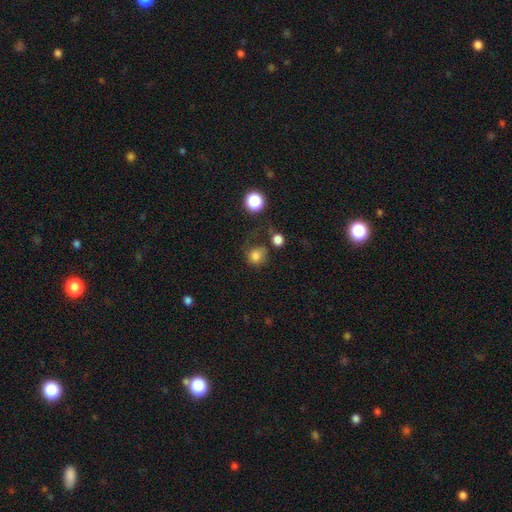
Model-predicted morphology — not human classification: Q: Smooth or featured?
A: smooth (79%); runner-up: star or artifact (12%)
Q: How rounded?
A: round (78%); runner-up: in between (21%)
Q: Merging?
A: none (47%); runner-up: minor disturbance (21%)